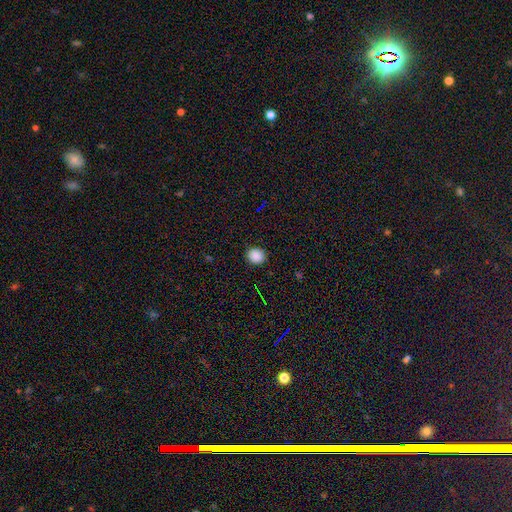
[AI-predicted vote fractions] smooth_or_featured: smooth (p=0.86) [alt: star or artifact p=0.11]
how_rounded: round (p=0.83) [alt: in between p=0.16]
merging: none (p=0.89) [alt: minor disturbance p=0.08]